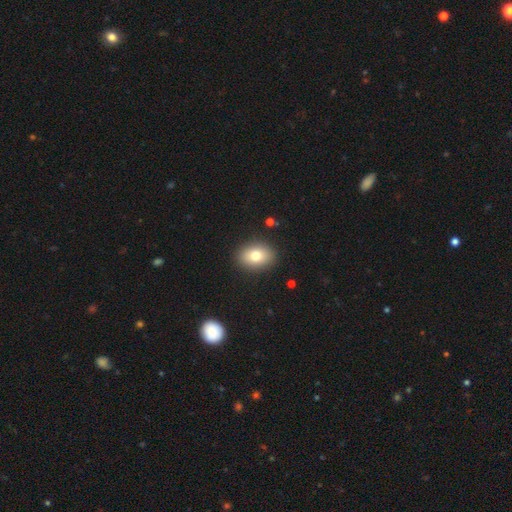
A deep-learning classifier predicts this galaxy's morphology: Smooth or featured: smooth — 78% (featured or disk — 13%)
How rounded: in between — 71% (round — 28%)
Merging: none — 89% (minor disturbance — 7%)